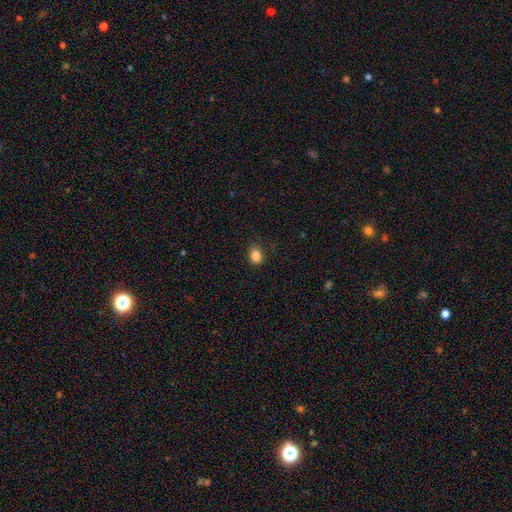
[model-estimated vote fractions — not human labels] The model was most divided on "how rounded": in between: 64%, round: 34%, cigar-shaped: 1%. More confident: smooth or featured — smooth (86%); merging — none (81%).